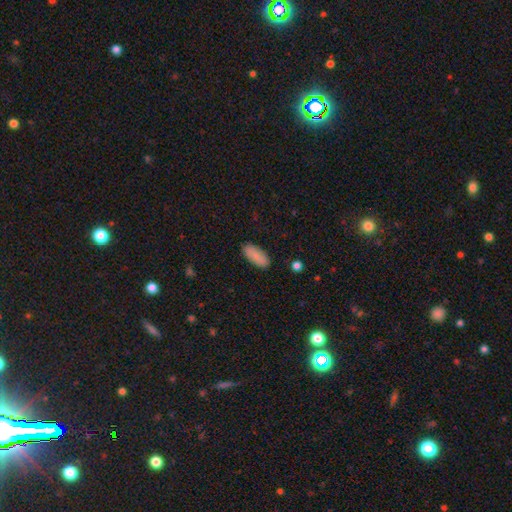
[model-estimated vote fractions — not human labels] The model was most divided on "how rounded": in between: 86%, cigar-shaped: 12%, round: 2%. More confident: merging — none (87%); smooth or featured — smooth (85%).